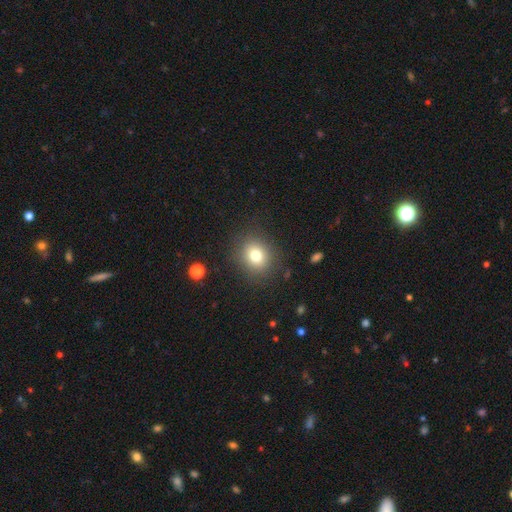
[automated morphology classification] smooth_or_featured: smooth (p=0.77) [alt: star or artifact p=0.13]
how_rounded: round (p=0.74) [alt: in between p=0.25]
merging: none (p=0.86) [alt: minor disturbance p=0.09]